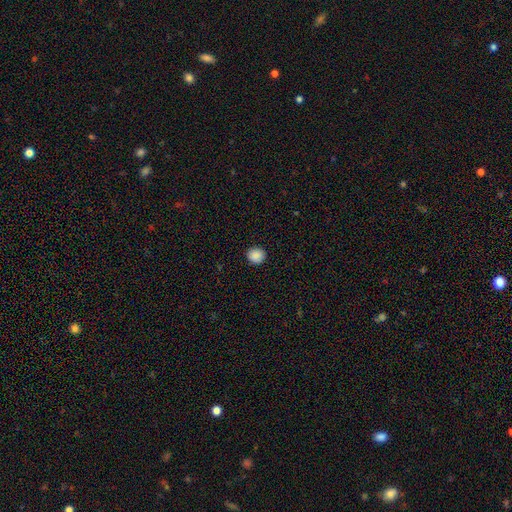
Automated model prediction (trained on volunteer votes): Q: Smooth or featured?
A: smooth (89%); runner-up: star or artifact (9%)
Q: How rounded?
A: round (90%); runner-up: in between (9%)
Q: Merging?
A: none (92%); runner-up: minor disturbance (5%)